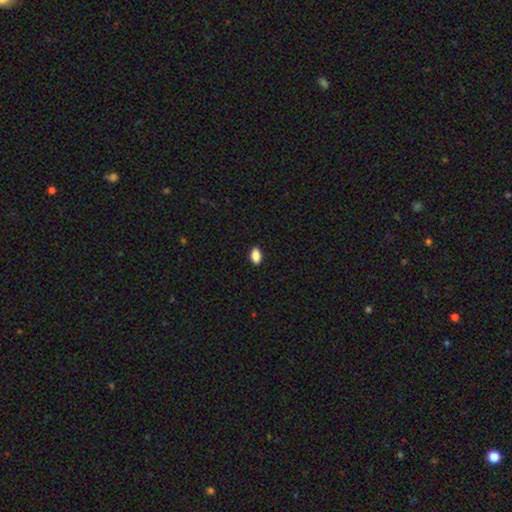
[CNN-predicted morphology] This appears to be a smooth galaxy with no disk features (89%) that is in between round and cigar-shaped (90%). Merging: none (90%).